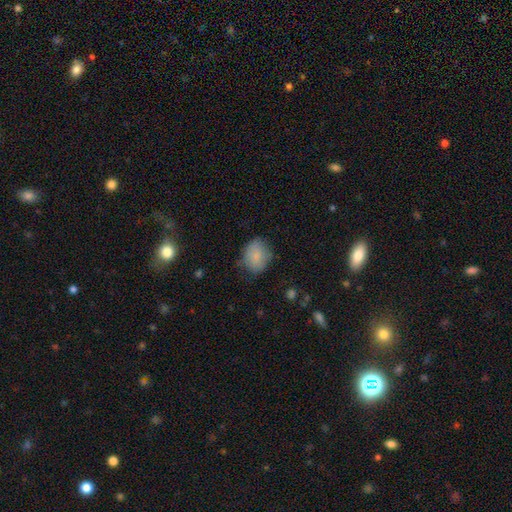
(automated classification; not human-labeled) The model was most divided on "how rounded": in between: 52%, round: 47%, cigar-shaped: 1%. More confident: smooth or featured — smooth (83%); merging — none (69%).